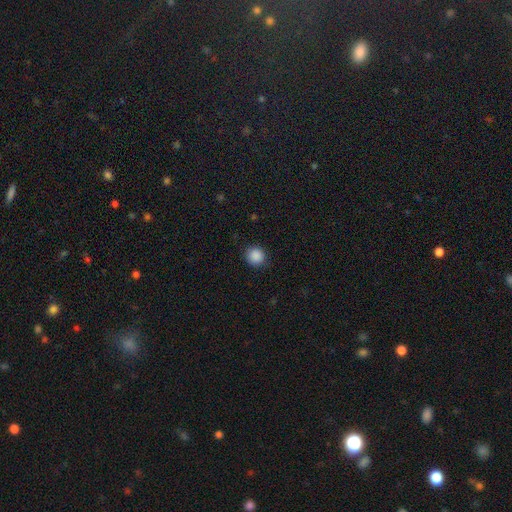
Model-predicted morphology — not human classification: The model was most divided on "smooth or featured": smooth: 88%, star or artifact: 9%, featured or disk: 2%. More confident: how rounded — round (92%); merging — none (89%).